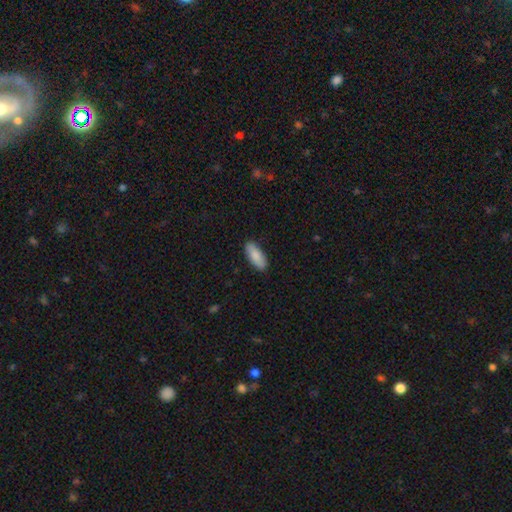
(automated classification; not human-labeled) Q: Smooth or featured?
A: smooth (87%); runner-up: featured or disk (7%)
Q: How rounded?
A: in between (79%); runner-up: cigar-shaped (19%)
Q: Merging?
A: none (89%); runner-up: minor disturbance (9%)